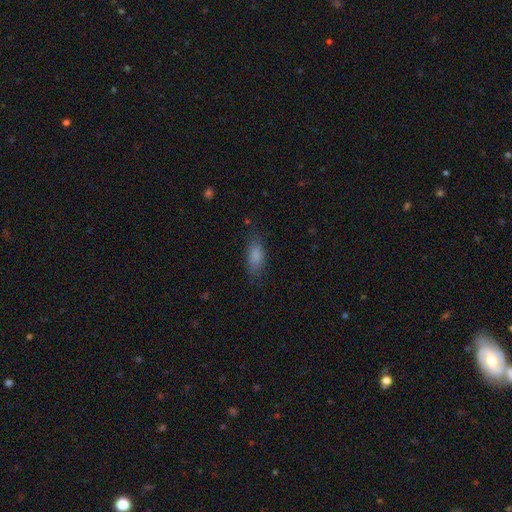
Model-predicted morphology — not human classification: Smooth or featured?
  - smooth: 83% *
  - star or artifact: 9%
  - featured or disk: 8%
How rounded?
  - in between: 79% *
  - cigar-shaped: 18%
  - round: 3%
Merging?
  - none: 74% *
  - minor disturbance: 18%
  - major disturbance: 6%
  - merger: 1%